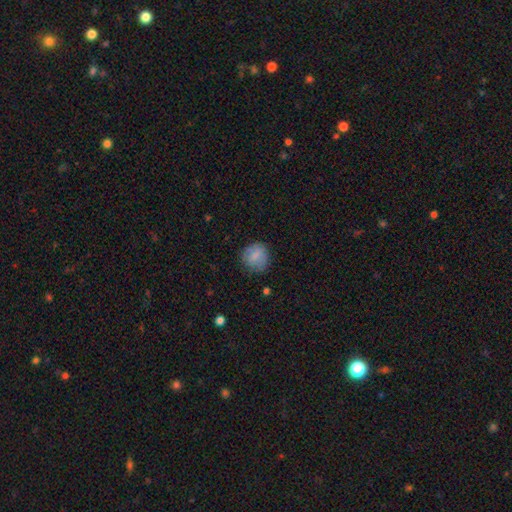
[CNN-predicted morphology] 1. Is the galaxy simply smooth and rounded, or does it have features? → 76% smooth, 15% featured or disk, 9% star or artifact.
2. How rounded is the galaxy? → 83% round, 16% in between, 1% cigar-shaped.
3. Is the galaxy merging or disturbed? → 72% none, 20% minor disturbance, 7% major disturbance, 1% merger.